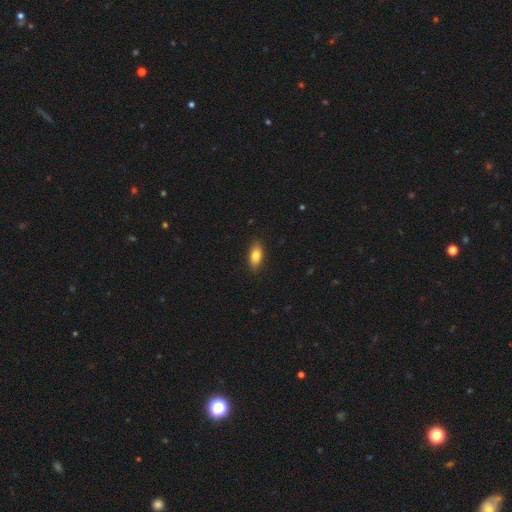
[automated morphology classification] Smooth or featured? smooth (82%)
How rounded? in between (87%)
Merging? none (88%)